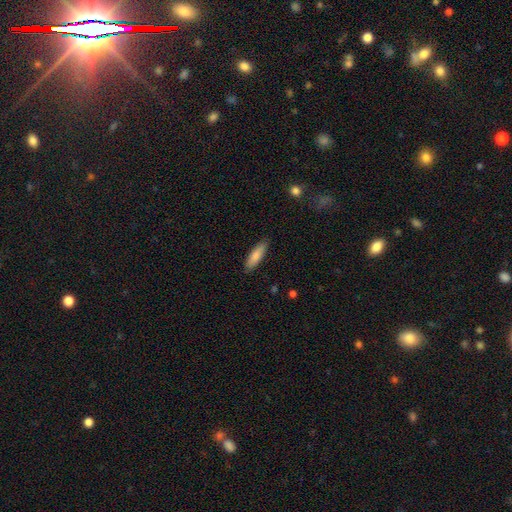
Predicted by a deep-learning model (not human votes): Morphology: type=smooth (82%); roundness=cigar-shaped (61%); merging=none (87%).